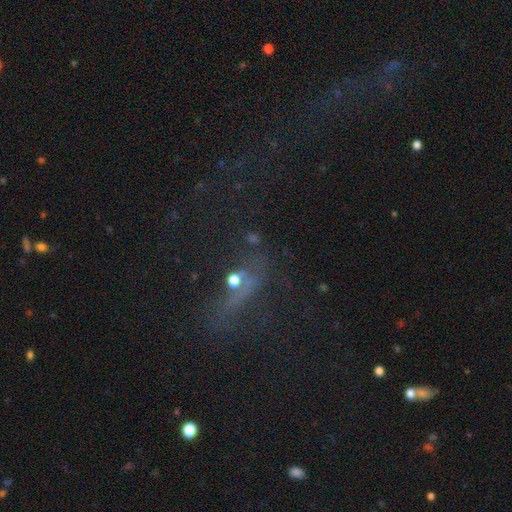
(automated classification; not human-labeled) The model was most divided on "smooth or featured": star or artifact: 37%, featured or disk: 34%, smooth: 29%.